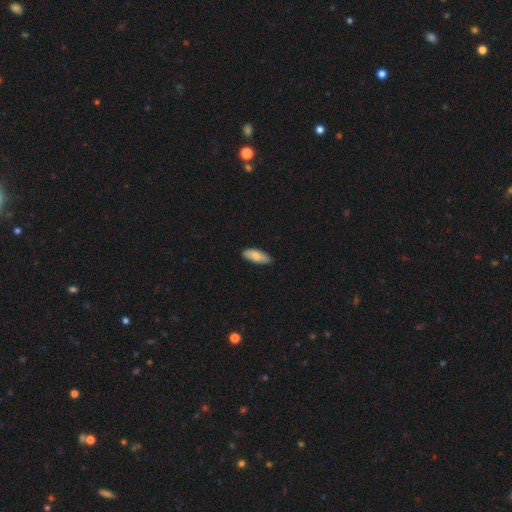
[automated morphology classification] Q: Smooth or featured?
A: smooth (82%); runner-up: featured or disk (12%)
Q: How rounded?
A: in between (74%); runner-up: cigar-shaped (24%)
Q: Merging?
A: none (87%); runner-up: minor disturbance (10%)